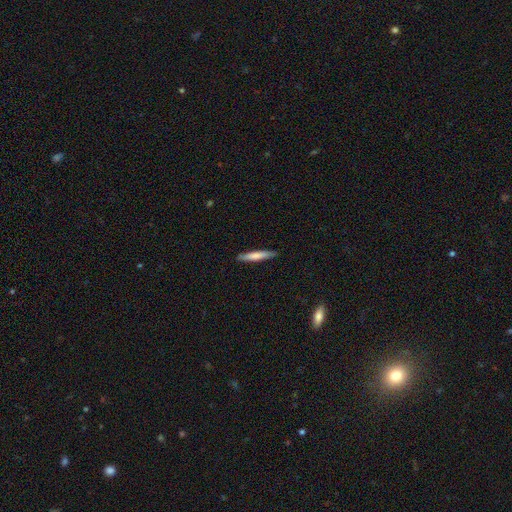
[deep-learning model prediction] Smooth or featured? Predicted: smooth (p=0.71). How rounded? Predicted: cigar-shaped (p=0.93). Merging? Predicted: none (p=0.89).